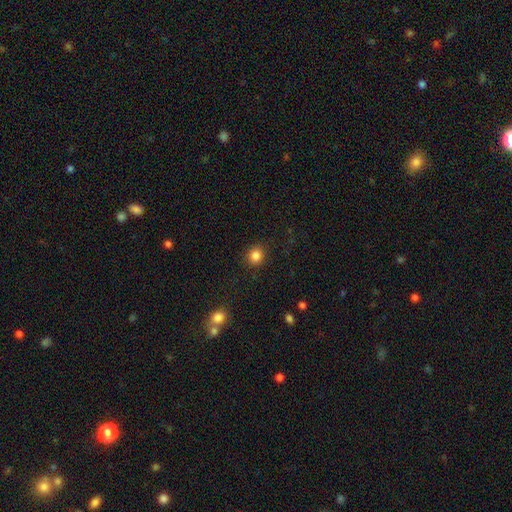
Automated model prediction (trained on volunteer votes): smooth 84%, star or artifact 12%, featured or disk 5%. Down the decision tree: how rounded — round (84%); merging — none (89%).